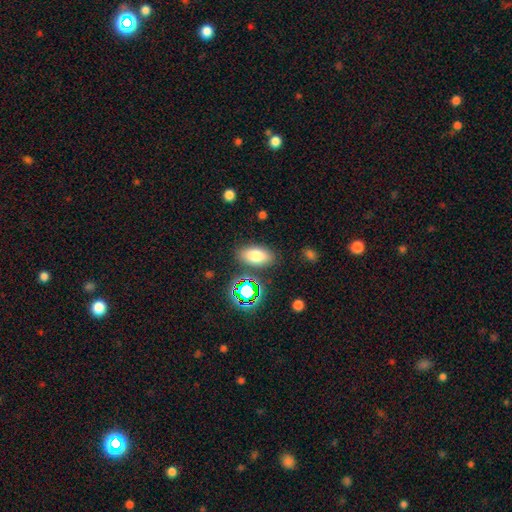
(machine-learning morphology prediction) Smooth or featured? smooth (74%)
How rounded? in between (89%)
Merging? none (82%)